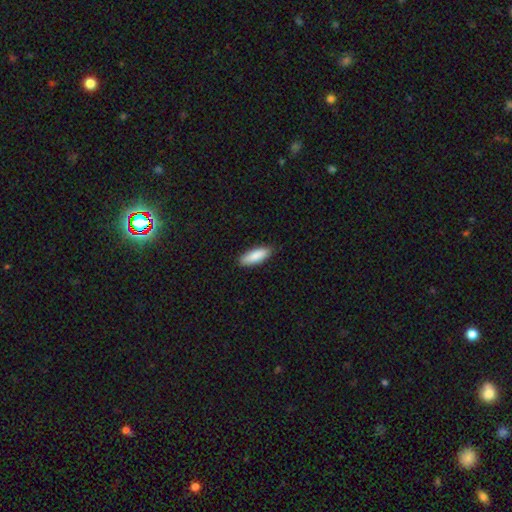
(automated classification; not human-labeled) smooth_or_featured: smooth (p=0.87) [alt: featured or disk p=0.07]
how_rounded: in between (p=0.59) [alt: cigar-shaped p=0.39]
merging: none (p=0.87) [alt: minor disturbance p=0.10]